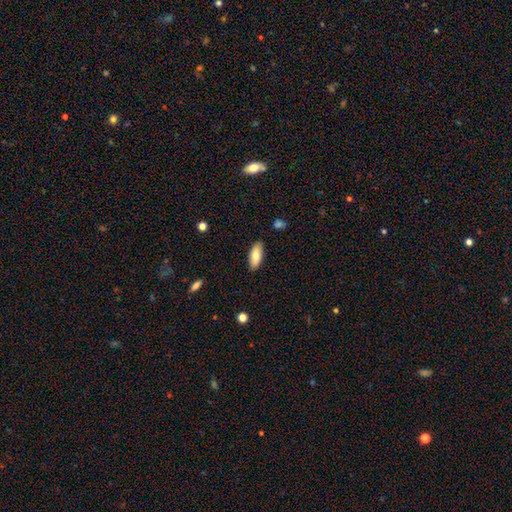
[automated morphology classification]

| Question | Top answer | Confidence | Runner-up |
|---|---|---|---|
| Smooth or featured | smooth | 77% | featured or disk (17%) |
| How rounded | in between | 81% | cigar-shaped (17%) |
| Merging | none | 87% | minor disturbance (10%) |